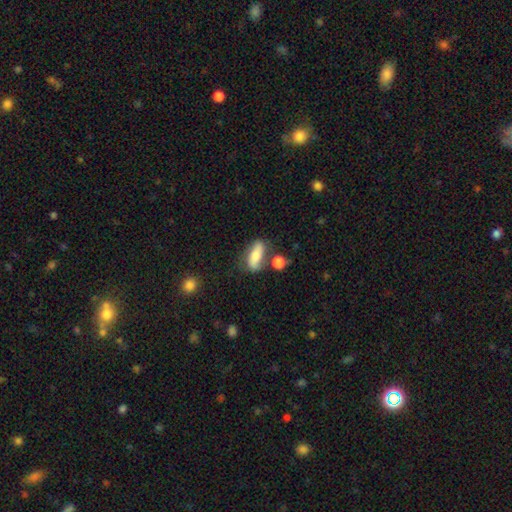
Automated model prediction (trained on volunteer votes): Overall: smooth (62%; featured or disk 31%). How rounded: in between (70%). Merging: none (62%).